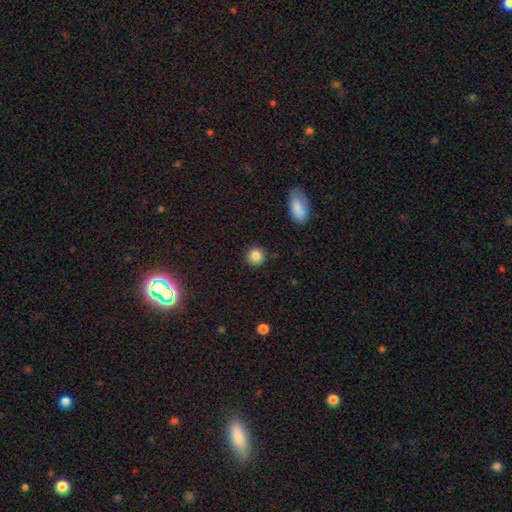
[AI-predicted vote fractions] Smooth or featured? smooth (86%)
How rounded? round (91%)
Merging? none (90%)